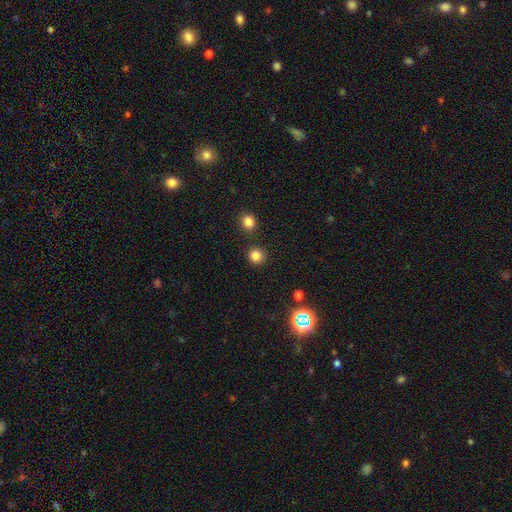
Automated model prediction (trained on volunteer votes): This is clearly a smooth galaxy (81%). How rounded: clearly round (93%). Merging: clearly none (89%).